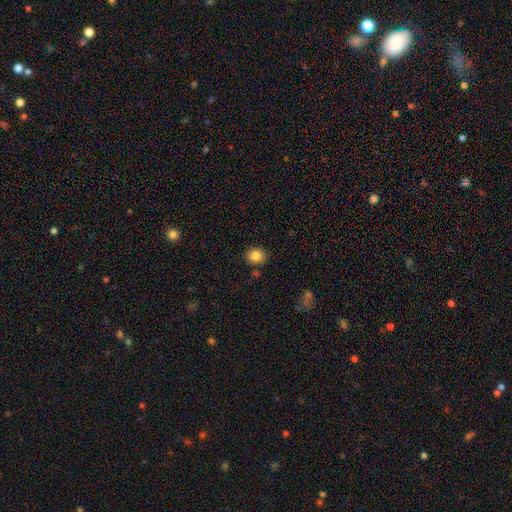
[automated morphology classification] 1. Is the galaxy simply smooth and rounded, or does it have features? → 85% smooth, 10% star or artifact, 5% featured or disk.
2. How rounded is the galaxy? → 74% round, 26% in between, 1% cigar-shaped.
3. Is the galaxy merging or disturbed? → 84% none, 10% minor disturbance, 3% merger, 3% major disturbance.